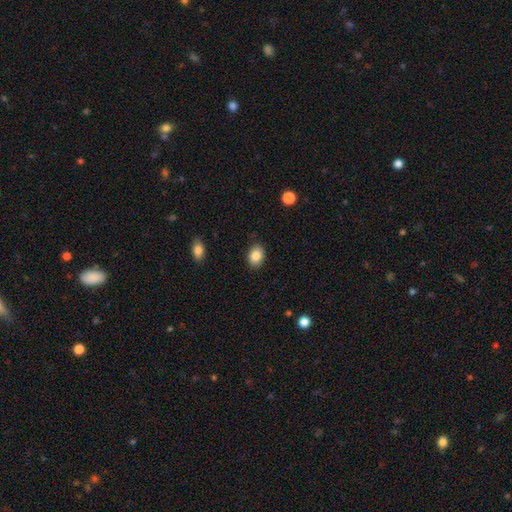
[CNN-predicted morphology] smooth 86%, star or artifact 8%, featured or disk 6%. Down the decision tree: how rounded — in between (73%); merging — none (86%).